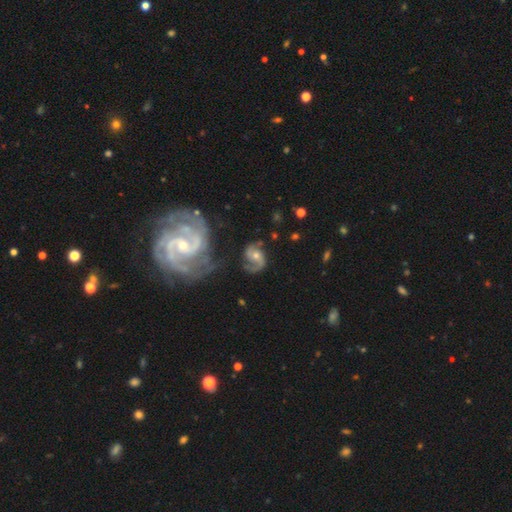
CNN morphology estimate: Smooth or featured: featured or disk — 84% (smooth — 10%)
Edge-on disk: no — 98% (yes — 2%)
Bar: no — 57% (weak — 33%)
Spiral arms: yes — 95% (no — 5%)
Spiral winding: medium — 48% (loose — 31%)
Spiral arm count: 2 — 77% (1 — 13%)
Bulge size: moderate — 52% (small — 41%)
Merging: none — 52% (minor disturbance — 22%)